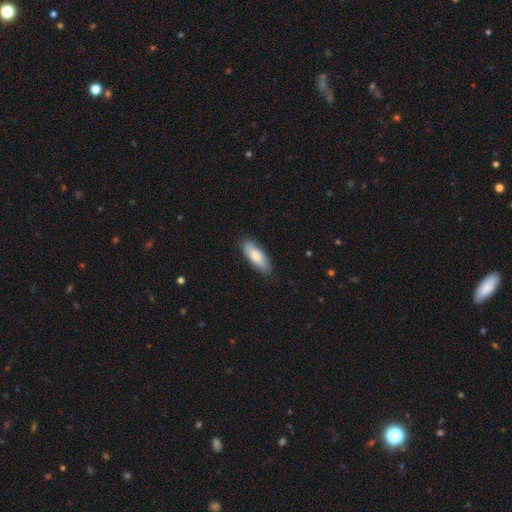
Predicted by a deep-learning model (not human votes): This is likely a smooth galaxy (75%). How rounded: likely in between (71%). Merging: clearly none (83%).